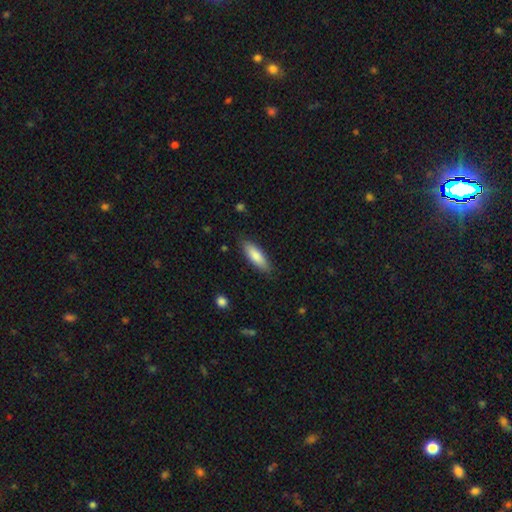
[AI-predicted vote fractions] Overall: smooth (82%). How rounded: in between (53%; cigar-shaped 45%). Merging: none (85%).